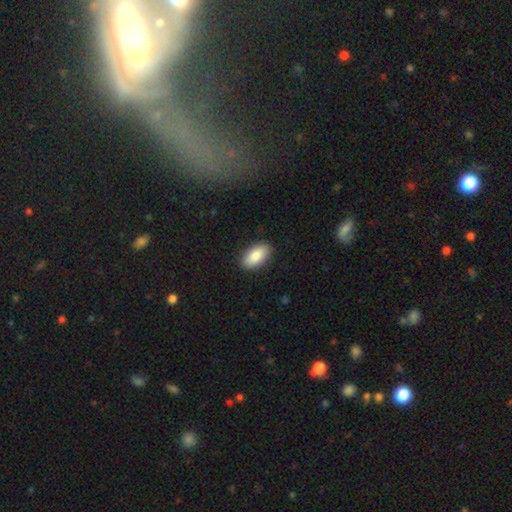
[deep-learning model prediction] A smooth galaxy with no disk features (87%) that is in between round and cigar-shaped (94%).

Vote fractions:
- Smooth or featured? smooth: 87% / featured or disk: 7% / star or artifact: 6%
- How rounded? in between: 94% / round: 3% / cigar-shaped: 3%
- Merging? none: 88% / minor disturbance: 9% / major disturbance: 2% / merger: 1%